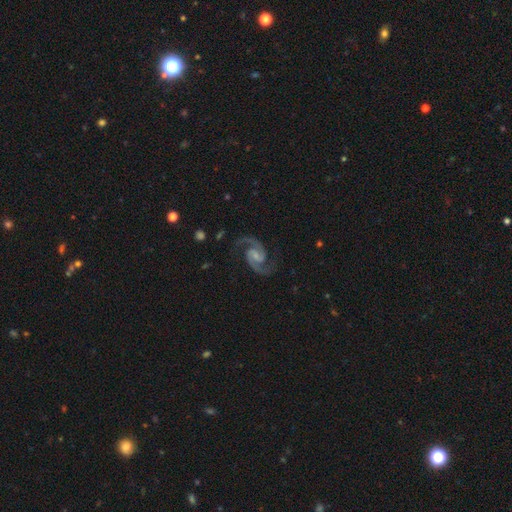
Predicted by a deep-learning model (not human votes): Smooth or featured?
  - featured or disk: 94% *
  - star or artifact: 4%
  - smooth: 3%
Edge-on disk?
  - no: 98% *
  - yes: 2%
Bar?
  - weak: 50% *
  - no: 35%
  - strong: 15%
Spiral arms?
  - yes: 99% *
  - no: 1%
Spiral winding?
  - medium: 64% *
  - loose: 22%
  - tight: 14%
Spiral arm count?
  - 2: 95% *
  - can't tell: 1%
  - 3: 1%
  - 1: 1%
  - 4: 1%
  - more than 4: 1%
Bulge size?
  - small: 51% *
  - none: 23%
  - moderate: 23%
  - large: 3%
  - dominant: 1%
Merging?
  - none: 82% *
  - minor disturbance: 12%
  - major disturbance: 5%
  - merger: 2%